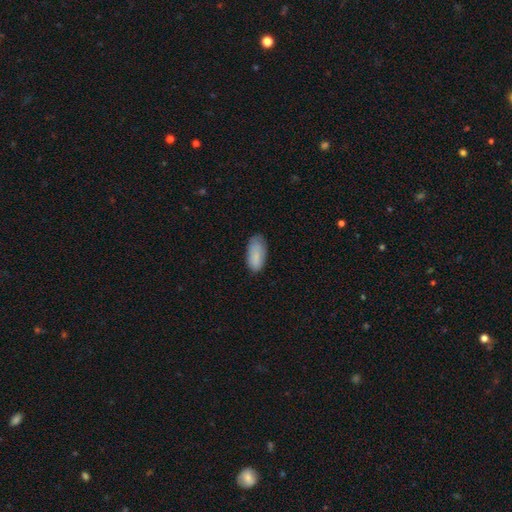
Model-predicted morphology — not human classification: Smooth or featured: smooth — 84% (featured or disk — 9%)
How rounded: in between — 93% (cigar-shaped — 4%)
Merging: none — 69% (minor disturbance — 24%)